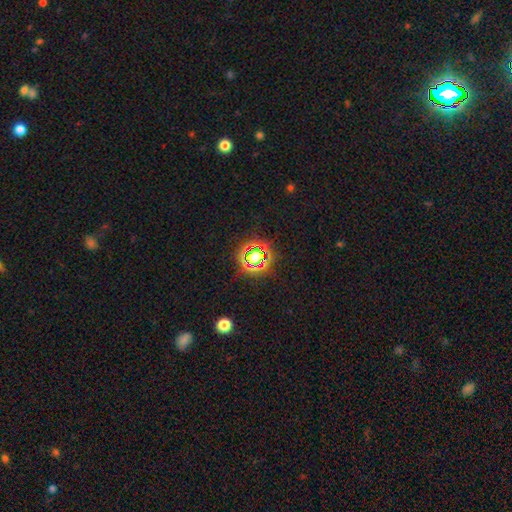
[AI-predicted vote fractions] Smooth or featured: star or artifact — 64% (smooth — 25%)